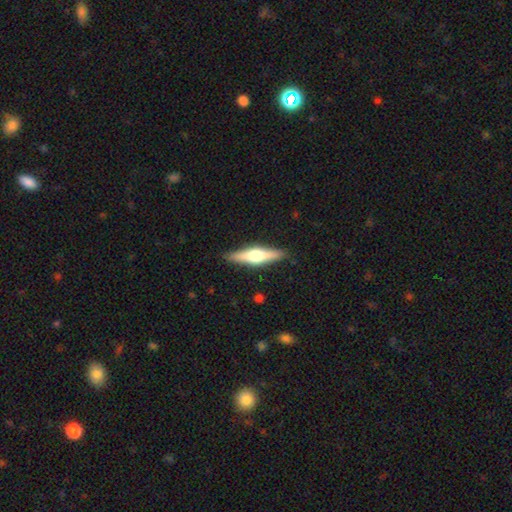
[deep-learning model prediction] Overall: featured or disk (57%; smooth 38%). Edge-on disk: yes (95%). Edge-on bulge: rounded (92%). Merging: none (89%).